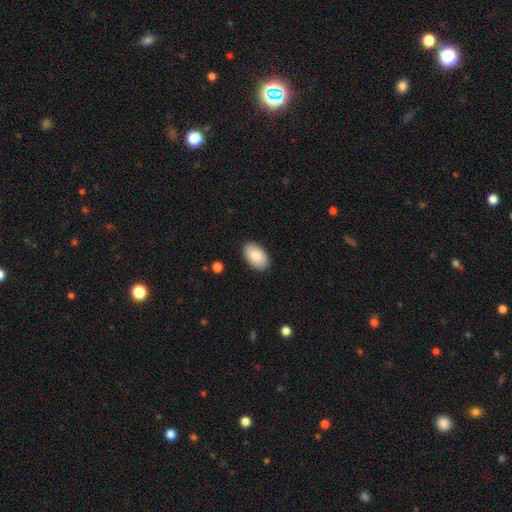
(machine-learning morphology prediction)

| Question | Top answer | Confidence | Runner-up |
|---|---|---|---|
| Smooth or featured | smooth | 84% | featured or disk (10%) |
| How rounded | in between | 94% | round (5%) |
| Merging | none | 88% | minor disturbance (9%) |